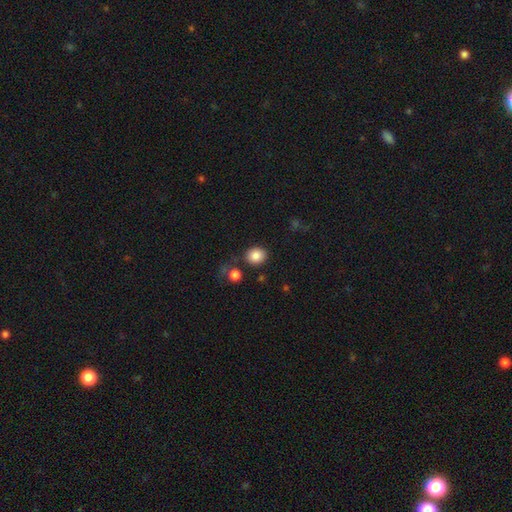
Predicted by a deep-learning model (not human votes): Smooth or featured? Predicted: smooth (p=0.86). How rounded? Predicted: round (p=0.72). Merging? Predicted: none (p=0.81).